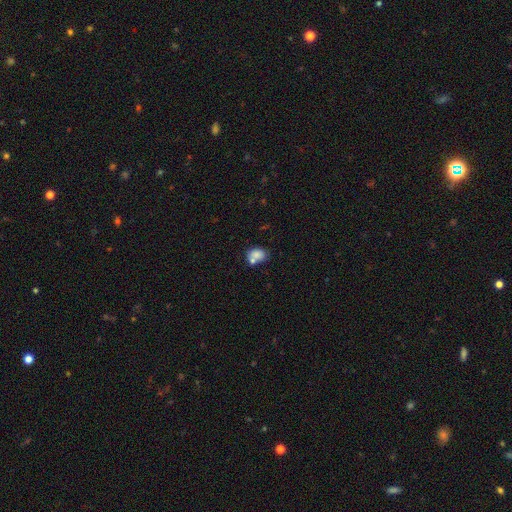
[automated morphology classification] This is likely a smooth galaxy (78%). How rounded: likely in between (65%). Merging: possibly none (47%).